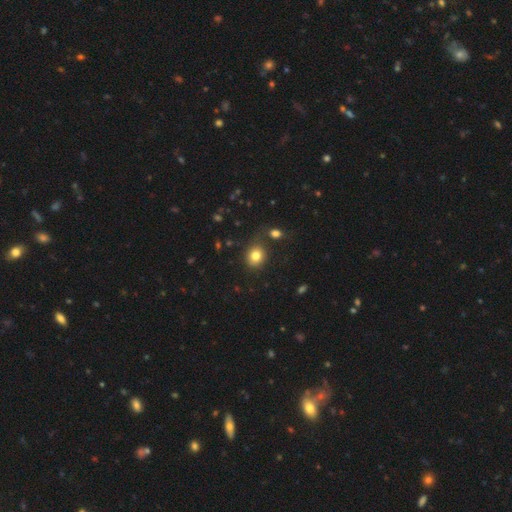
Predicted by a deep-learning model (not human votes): A smooth galaxy with no disk features (81%) that is round (69%).

Vote fractions:
- Smooth or featured? smooth: 81% / star or artifact: 12% / featured or disk: 8%
- How rounded? round: 69% / in between: 30% / cigar-shaped: 1%
- Merging? none: 75% / minor disturbance: 13% / merger: 7% / major disturbance: 4%